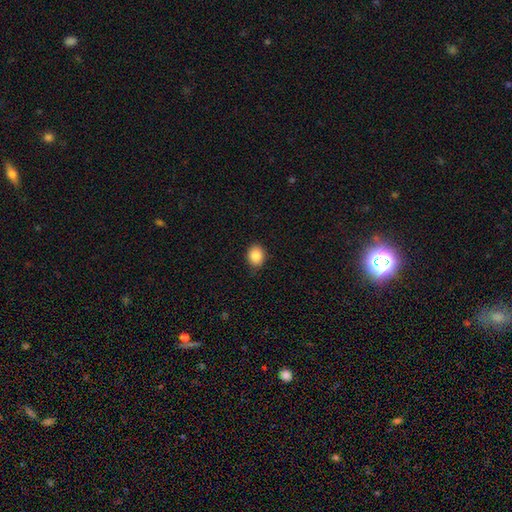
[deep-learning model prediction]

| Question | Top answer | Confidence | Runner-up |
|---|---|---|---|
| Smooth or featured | smooth | 86% | star or artifact (9%) |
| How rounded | round | 58% | in between (41%) |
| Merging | none | 81% | minor disturbance (15%) |